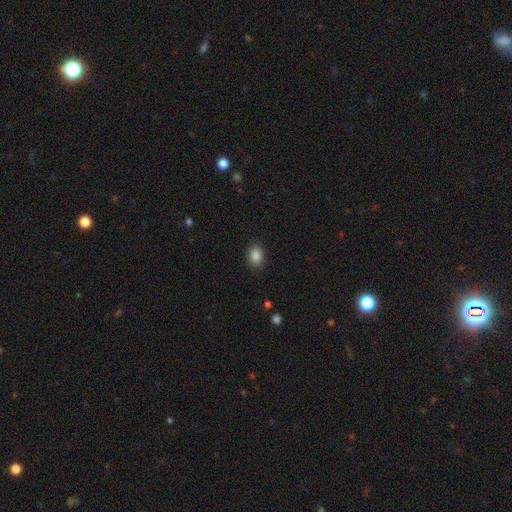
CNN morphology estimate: Q: Smooth or featured?
A: smooth (87%); runner-up: star or artifact (9%)
Q: How rounded?
A: in between (67%); runner-up: round (32%)
Q: Merging?
A: none (87%); runner-up: minor disturbance (9%)